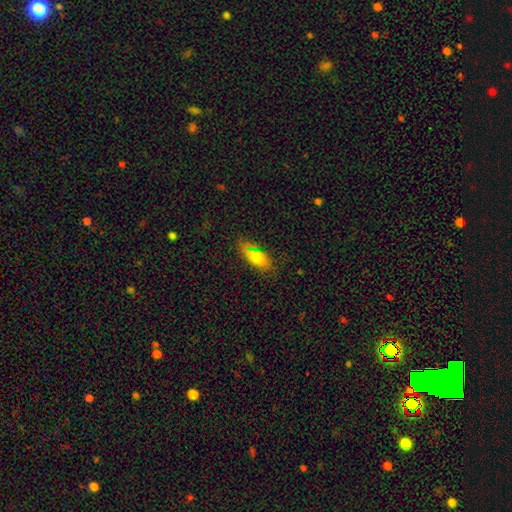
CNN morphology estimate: A smooth galaxy with no disk features (72%) that is in between round and cigar-shaped (76%). Merging: none (79%).